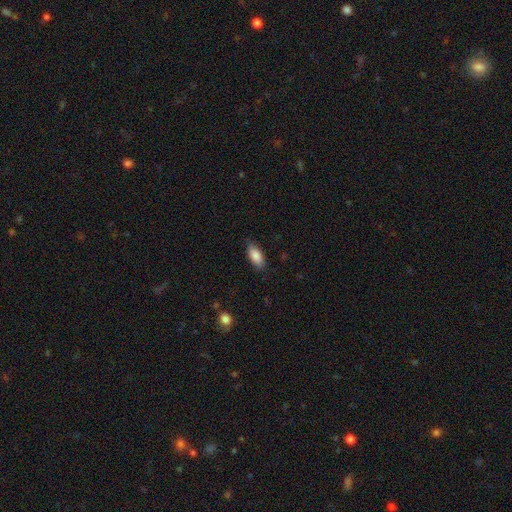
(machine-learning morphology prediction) smooth-or-featured: smooth: 87% | star or artifact: 6% | featured or disk: 6%
  how-rounded: in between: 89% | cigar-shaped: 9% | round: 2%
  merging: none: 83% | minor disturbance: 13% | major disturbance: 3% | merger: 1%